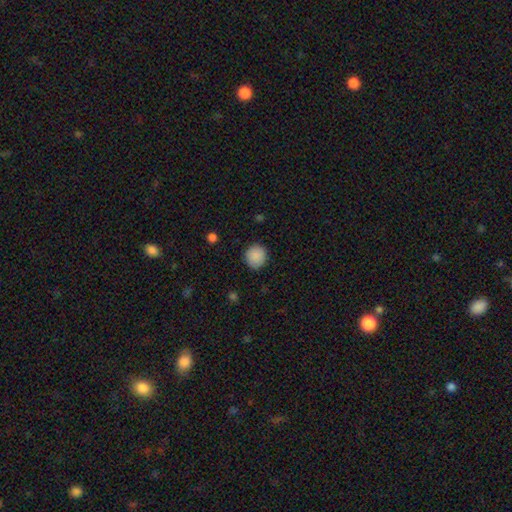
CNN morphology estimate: A smooth galaxy with no disk features (89%) that is round (89%).

Vote fractions:
- Smooth or featured? smooth: 89% / star or artifact: 8% / featured or disk: 3%
- How rounded? round: 89% / in between: 10% / cigar-shaped: 1%
- Merging? none: 88% / minor disturbance: 8% / major disturbance: 2% / merger: 1%